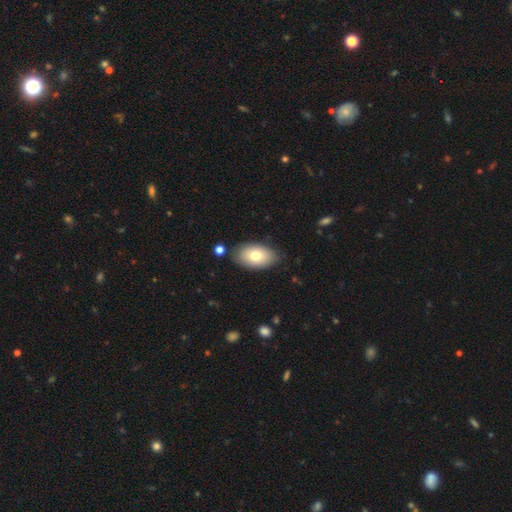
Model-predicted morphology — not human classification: Overall: smooth (75%). How rounded: in between (92%). Merging: none (82%).